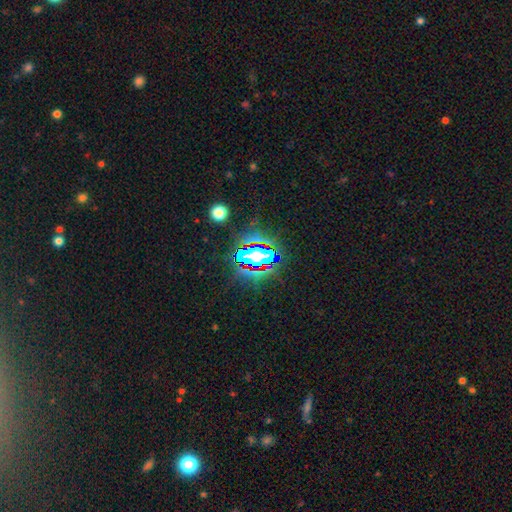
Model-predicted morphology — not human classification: Smooth or featured? star or artifact (64%)